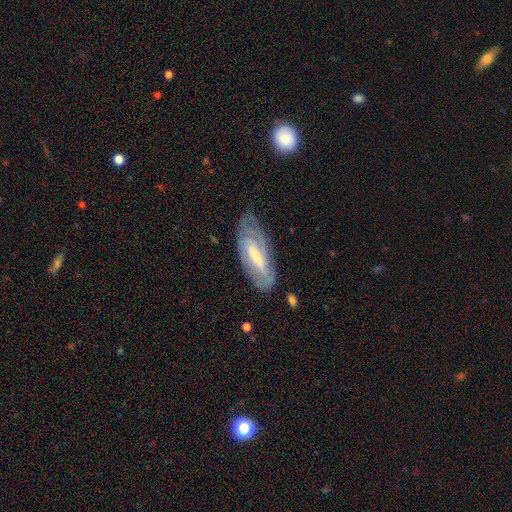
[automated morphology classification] Smooth or featured?
  - featured or disk: 68% *
  - smooth: 26%
  - star or artifact: 6%
Edge-on disk?
  - no: 85% *
  - yes: 15%
Bar?
  - weak: 40% *
  - strong: 39%
  - no: 22%
Spiral arms?
  - yes: 74% *
  - no: 26%
Bulge size?
  - small: 60% *
  - moderate: 32%
  - none: 4%
  - large: 3%
  - dominant: 1%
Merging?
  - none: 69% *
  - minor disturbance: 22%
  - major disturbance: 7%
  - merger: 2%